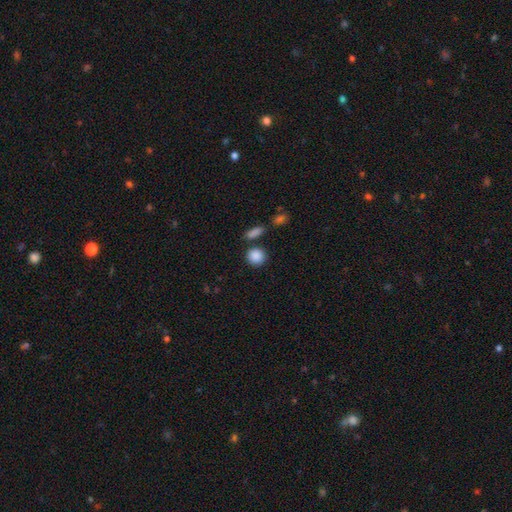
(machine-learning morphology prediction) Smooth or featured? Predicted: smooth (p=0.88). How rounded? Predicted: round (p=0.86). Merging? Predicted: none (p=0.78).